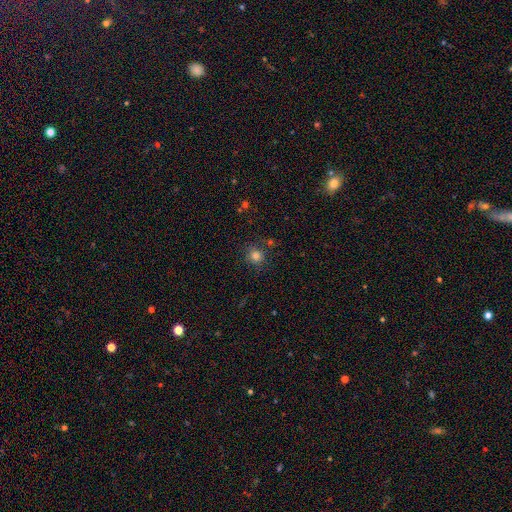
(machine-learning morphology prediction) Smooth or featured?
  - smooth: 81% *
  - star or artifact: 13%
  - featured or disk: 5%
How rounded?
  - round: 91% *
  - in between: 8%
  - cigar-shaped: 1%
Merging?
  - none: 80% *
  - minor disturbance: 11%
  - merger: 5%
  - major disturbance: 4%